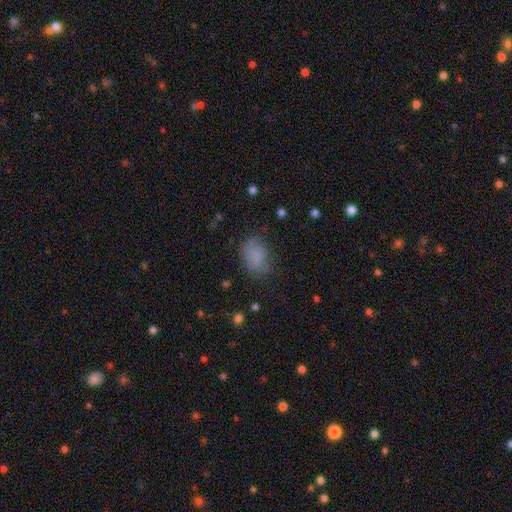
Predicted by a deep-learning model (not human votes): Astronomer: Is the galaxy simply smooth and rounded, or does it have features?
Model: smooth — 76%.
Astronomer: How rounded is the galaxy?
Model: in between — 74%.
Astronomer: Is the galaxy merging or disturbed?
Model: none — 61%.